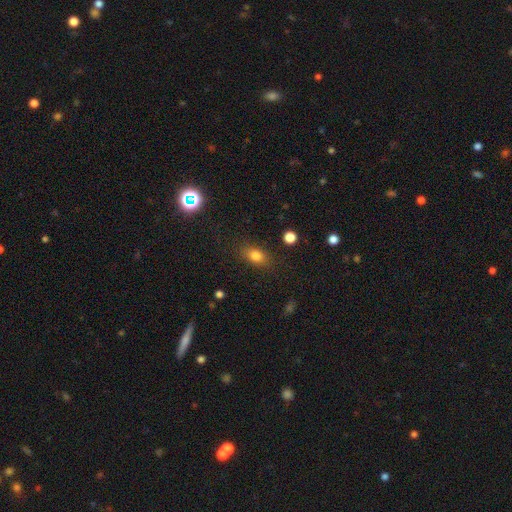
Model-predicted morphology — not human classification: type=smooth (80%); roundness=in between (74%); merging=none (82%).